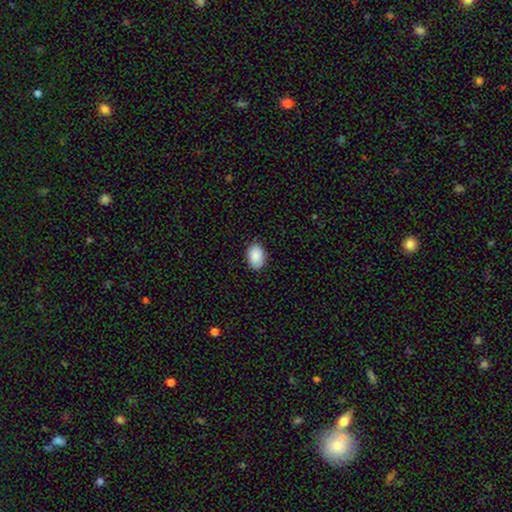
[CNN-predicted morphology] Smooth or featured? Predicted: smooth (p=0.89). How rounded? Predicted: in between (p=0.89). Merging? Predicted: none (p=0.87).